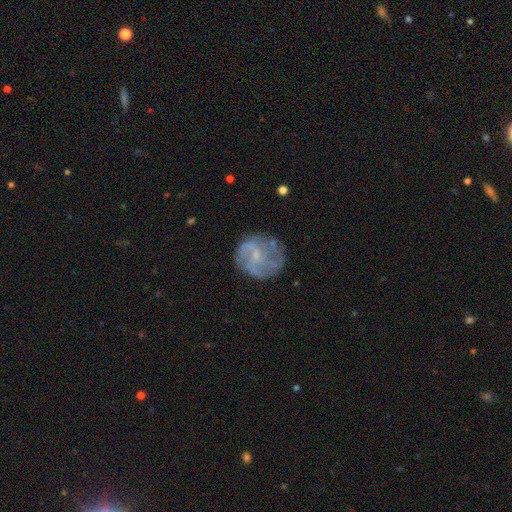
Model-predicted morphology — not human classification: This is likely a featured or disk galaxy (68%). It is clearly not viewed edge-on (98%). Bar: possibly no (52%). Spiral arm pattern: likely yes (78%). Spiral arm count: marginally can't tell (35%). Spiral winding: marginally medium (41%). Central bulge: possibly small (60%). Merging: likely none (69%).